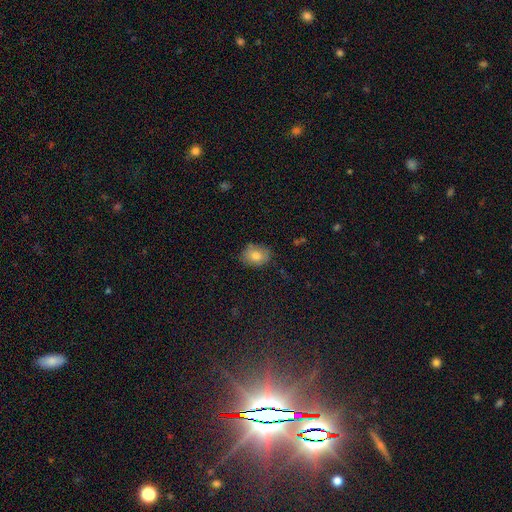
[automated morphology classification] smooth 78%, featured or disk 12%, star or artifact 9%. Down the decision tree: how rounded — in between (61%); merging — none (81%).